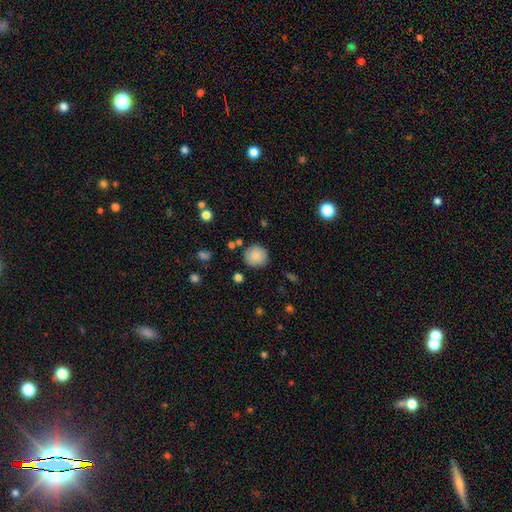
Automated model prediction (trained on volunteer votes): Smooth or featured: smooth — 86% (star or artifact — 8%)
How rounded: round — 92% (in between — 7%)
Merging: none — 86% (minor disturbance — 9%)